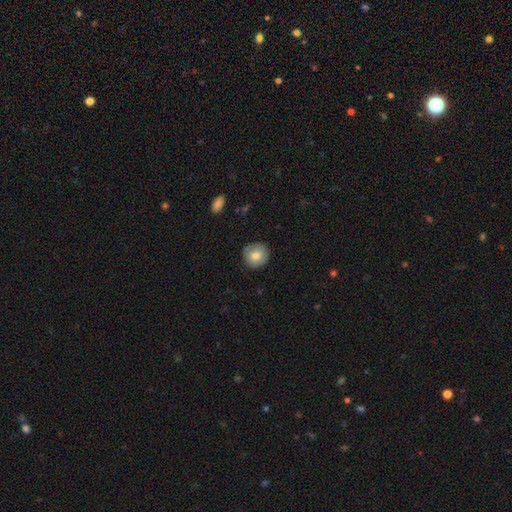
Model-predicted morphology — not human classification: The model was most divided on "smooth or featured": smooth: 75%, featured or disk: 18%, star or artifact: 7%. More confident: how rounded — round (92%); merging — none (84%).